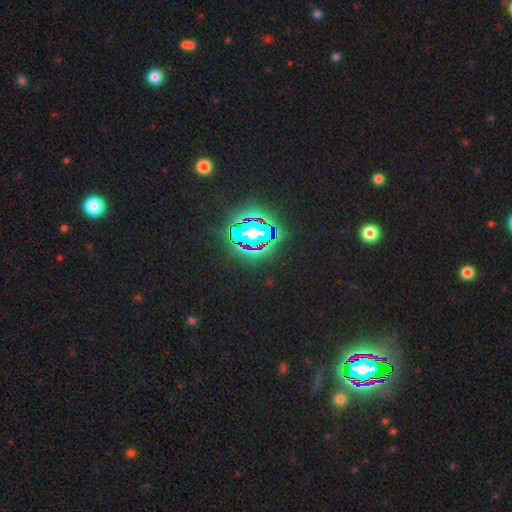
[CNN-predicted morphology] Smooth or featured: star or artifact — 83% (smooth — 9%)